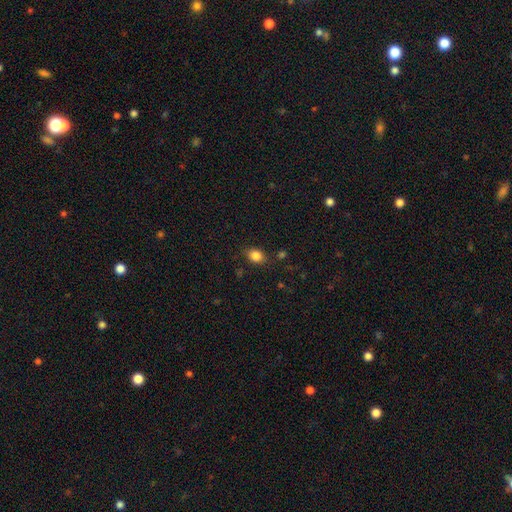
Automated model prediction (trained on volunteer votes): smooth 85%, star or artifact 10%, featured or disk 5%. Down the decision tree: how rounded — in between (60%); merging — none (80%).